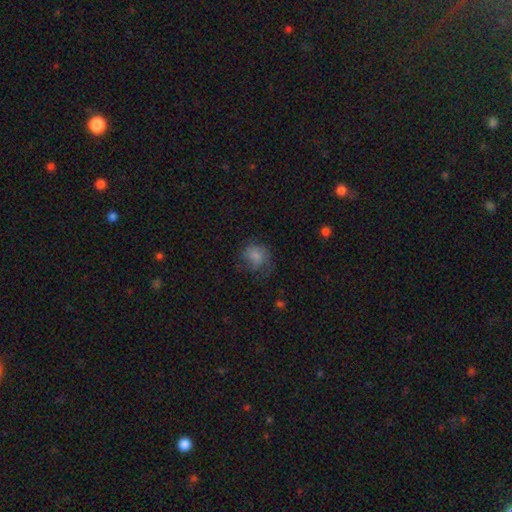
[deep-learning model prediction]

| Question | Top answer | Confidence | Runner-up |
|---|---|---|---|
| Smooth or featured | smooth | 68% | featured or disk (21%) |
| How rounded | round | 66% | in between (33%) |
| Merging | none | 49% | minor disturbance (26%) |